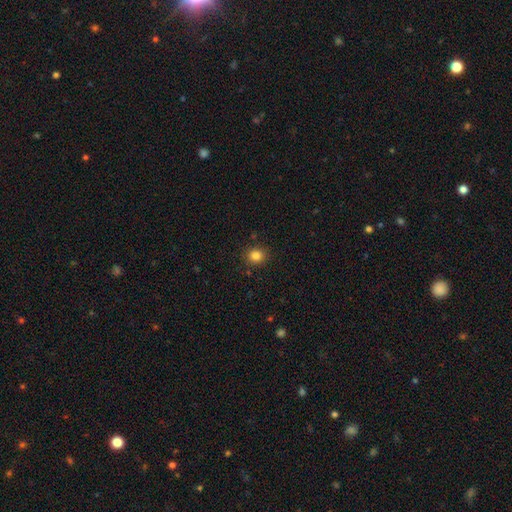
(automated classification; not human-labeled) This is clearly a smooth galaxy (84%). How rounded: likely round (78%). Merging: clearly none (87%).